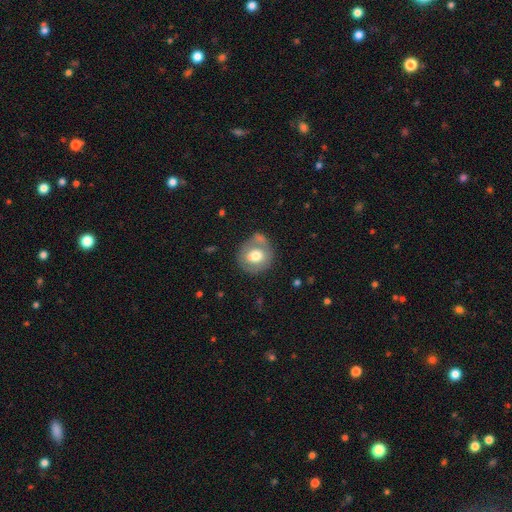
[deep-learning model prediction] Overall: smooth (63%; featured or disk 30%). How rounded: round (83%). Merging: none (61%).